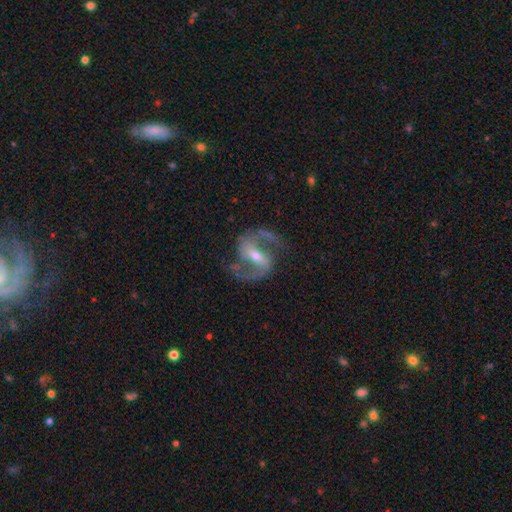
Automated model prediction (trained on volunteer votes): This appears to be a featured or disk galaxy (91%) with a strong bar (48%), 2 (94%) medium (62%) spiral arms (98%) and a small central bulge (50%). Merging: none (80%).